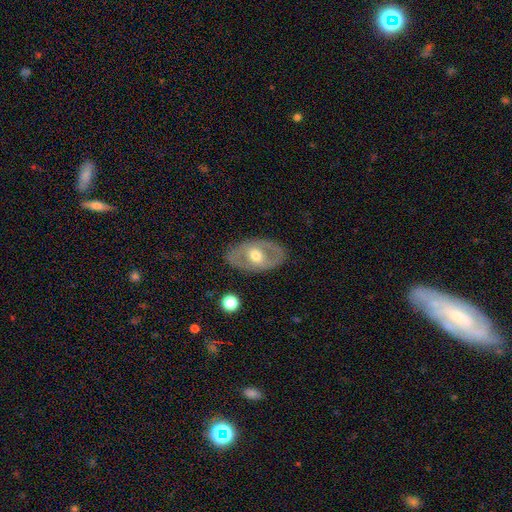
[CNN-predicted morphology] Q: Smooth or featured?
A: featured or disk (59%); runner-up: smooth (35%)
Q: Edge-on disk?
A: no (89%); runner-up: yes (11%)
Q: Bar?
A: no (66%); runner-up: weak (25%)
Q: Spiral arms?
A: no (75%); runner-up: yes (25%)
Q: Bulge size?
A: moderate (72%); runner-up: small (14%)
Q: Merging?
A: none (82%); runner-up: minor disturbance (12%)